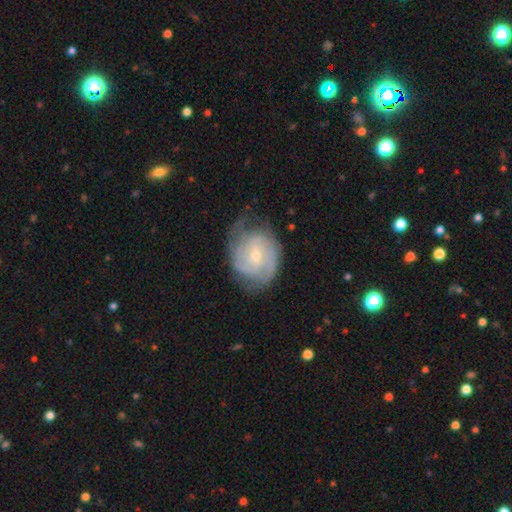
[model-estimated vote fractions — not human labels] This appears to be a featured or disk galaxy (80%) with no bar (53%), tight (56%) spiral arms (93%) and a small central bulge (63%). Merging: none (60%).